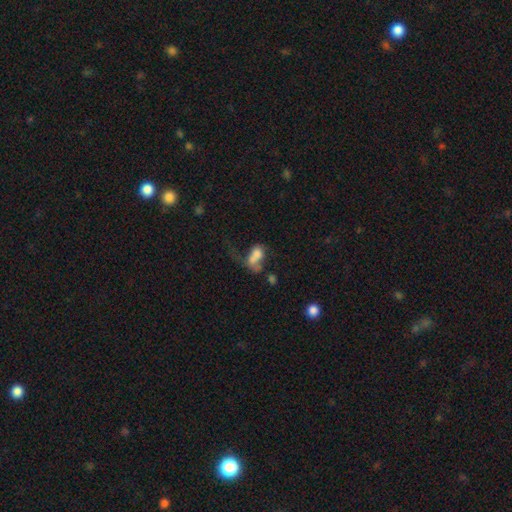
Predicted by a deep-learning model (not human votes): Q: Smooth or featured?
A: smooth (59%); runner-up: featured or disk (28%)
Q: How rounded?
A: in between (76%); runner-up: round (21%)
Q: Merging?
A: merger (52%); runner-up: major disturbance (27%)